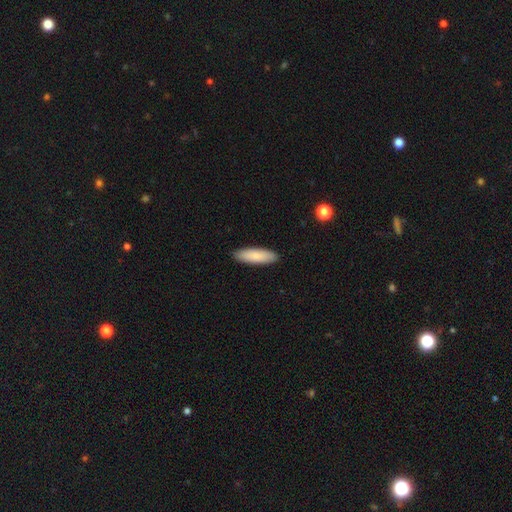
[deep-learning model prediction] Smooth or featured: smooth — 87% (featured or disk — 8%)
How rounded: cigar-shaped — 52% (in between — 47%)
Merging: none — 90% (minor disturbance — 7%)